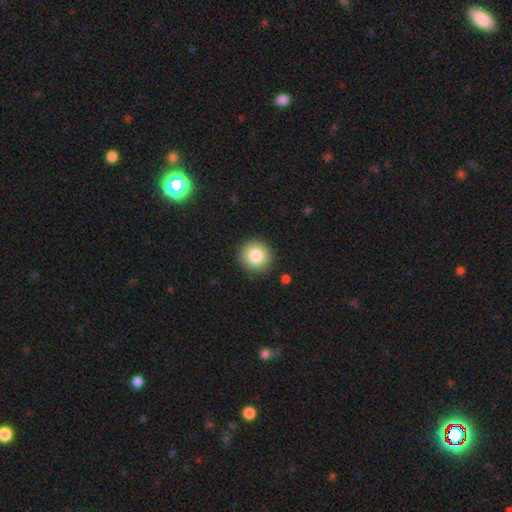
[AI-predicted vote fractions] A smooth galaxy with no disk features (84%) that is round (94%). Merging: none (90%).